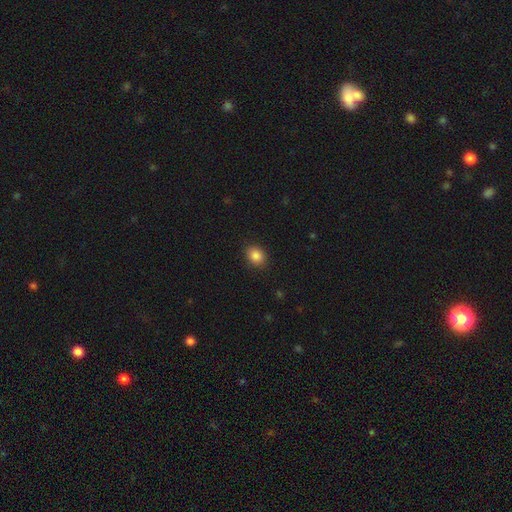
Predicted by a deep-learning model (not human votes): Smooth or featured? Predicted: smooth (p=0.87). How rounded? Predicted: in between (p=0.56). Merging? Predicted: none (p=0.89).